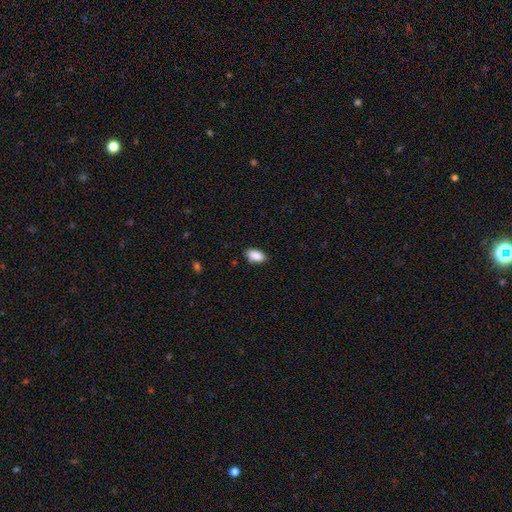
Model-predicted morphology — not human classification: smooth-or-featured: smooth: 89% | star or artifact: 7% | featured or disk: 4%
  how-rounded: in between: 93% | round: 4% | cigar-shaped: 3%
  merging: none: 86% | minor disturbance: 10% | major disturbance: 2% | merger: 1%